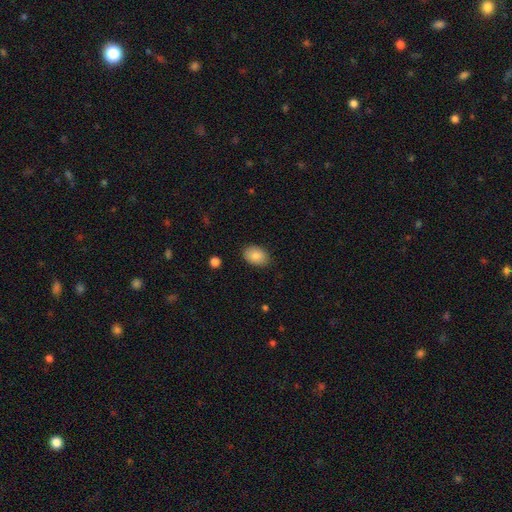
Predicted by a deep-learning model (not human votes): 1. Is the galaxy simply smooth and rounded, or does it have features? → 86% smooth, 7% featured or disk, 7% star or artifact.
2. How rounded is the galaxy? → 82% in between, 17% round, 1% cigar-shaped.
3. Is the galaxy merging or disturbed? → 87% none, 10% minor disturbance, 2% major disturbance, 1% merger.